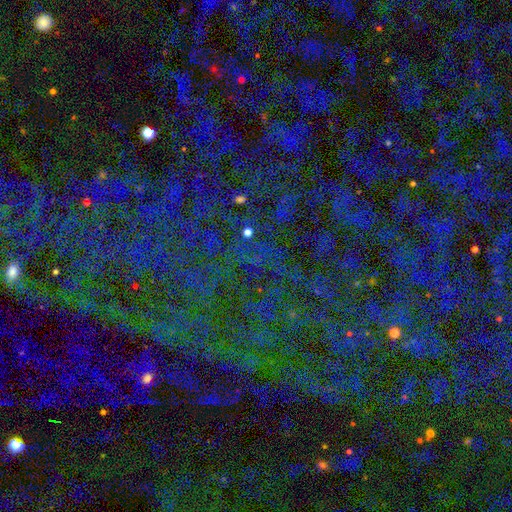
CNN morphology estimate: A star or artifact, not a galaxy (78%).